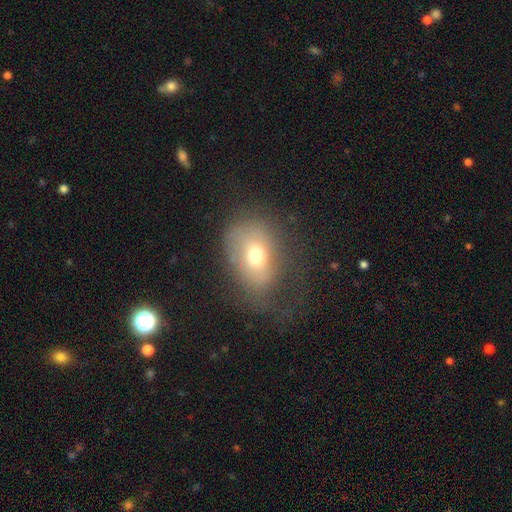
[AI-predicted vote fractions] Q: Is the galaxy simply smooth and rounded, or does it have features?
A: smooth — 63%.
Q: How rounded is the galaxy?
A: in between — 77%.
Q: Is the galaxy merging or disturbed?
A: none — 44%.